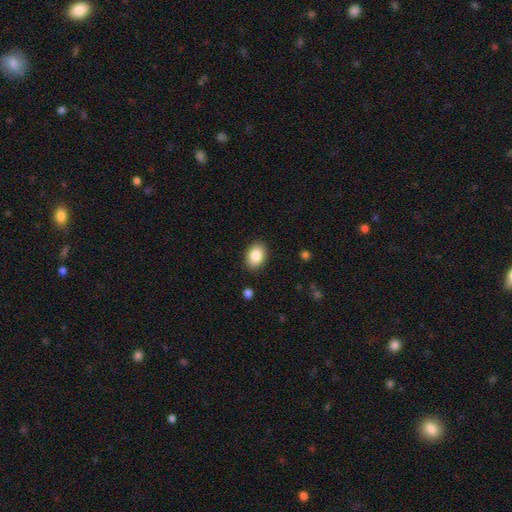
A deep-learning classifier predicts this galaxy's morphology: A smooth galaxy with no disk features (86%) that is in between round and cigar-shaped (80%).

Vote fractions:
- Smooth or featured? smooth: 86% / star or artifact: 7% / featured or disk: 6%
- How rounded? in between: 80% / round: 19% / cigar-shaped: 1%
- Merging? none: 88% / minor disturbance: 9% / major disturbance: 2% / merger: 1%